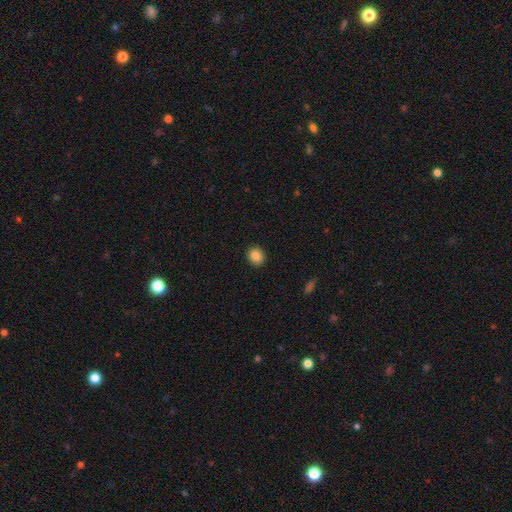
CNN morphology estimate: Smooth or featured? Predicted: smooth (p=0.85). How rounded? Predicted: round (p=0.75). Merging? Predicted: none (p=0.92).